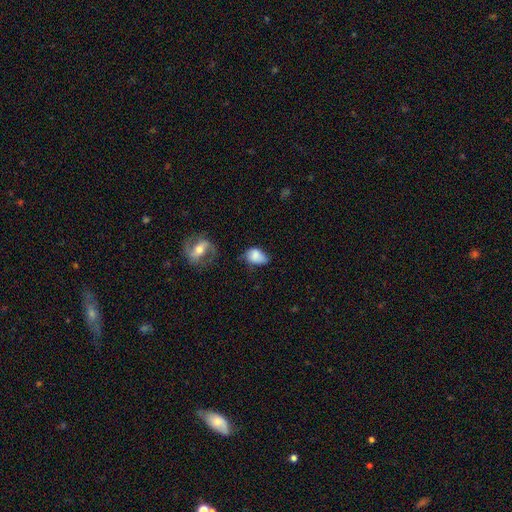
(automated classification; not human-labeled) Q: Smooth or featured?
A: smooth (71%); runner-up: featured or disk (20%)
Q: How rounded?
A: in between (85%); runner-up: round (14%)
Q: Merging?
A: none (42%); runner-up: minor disturbance (36%)